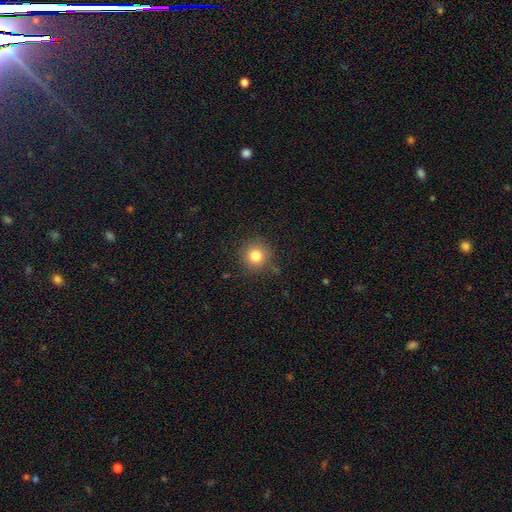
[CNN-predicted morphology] Smooth or featured? Predicted: smooth (p=0.82). How rounded? Predicted: round (p=0.93). Merging? Predicted: none (p=0.85).